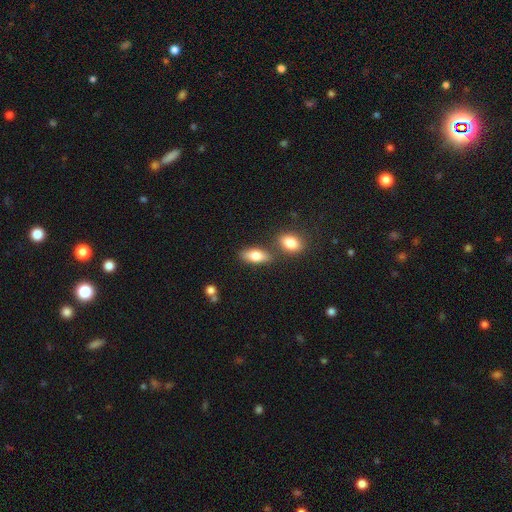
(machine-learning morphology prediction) The model was most divided on "merging": none: 68%, merger: 17%, minor disturbance: 11%, major disturbance: 3%. More confident: how rounded — in between (84%); smooth or featured — smooth (80%).